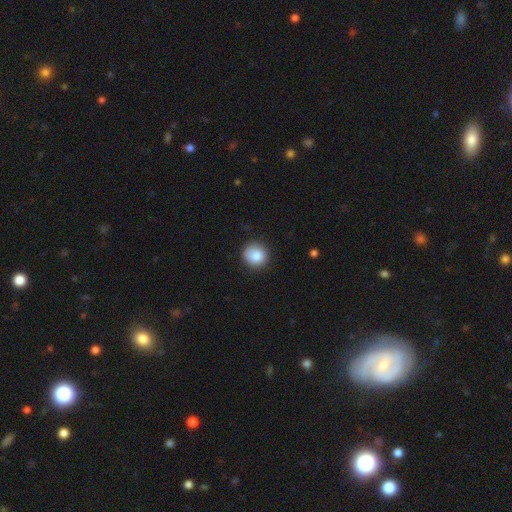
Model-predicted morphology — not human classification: Overall: smooth (85%). How rounded: round (92%). Merging: none (84%).